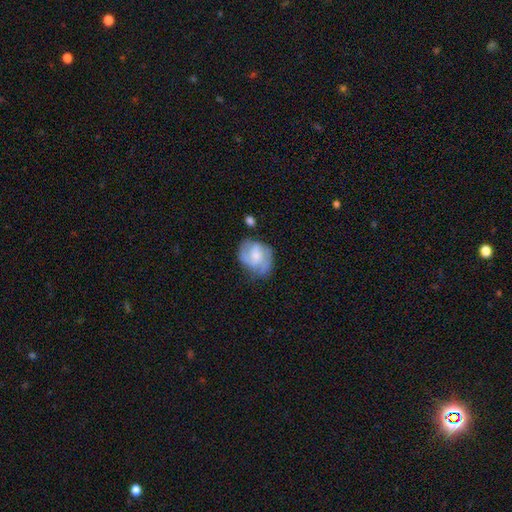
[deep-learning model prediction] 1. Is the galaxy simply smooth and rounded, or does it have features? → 65% featured or disk, 28% smooth, 6% star or artifact.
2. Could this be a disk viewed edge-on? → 98% no, 2% yes.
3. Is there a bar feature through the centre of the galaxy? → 59% no, 35% weak, 6% strong.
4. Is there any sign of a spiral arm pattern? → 87% yes, 13% no.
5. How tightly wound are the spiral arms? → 47% medium, 34% tight, 19% loose.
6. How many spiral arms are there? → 49% 2, 22% 3, 19% can't tell, 4% 1, 3% 4, 3% more than 4.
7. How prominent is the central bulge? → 42% small, 37% moderate, 12% none, 7% large, 2% dominant.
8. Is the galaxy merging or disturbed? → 57% none, 26% minor disturbance, 13% major disturbance, 4% merger.